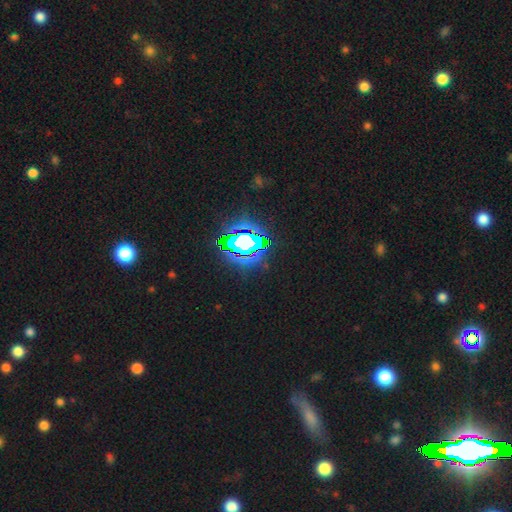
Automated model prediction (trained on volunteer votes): A star or artifact, not a galaxy (81%).